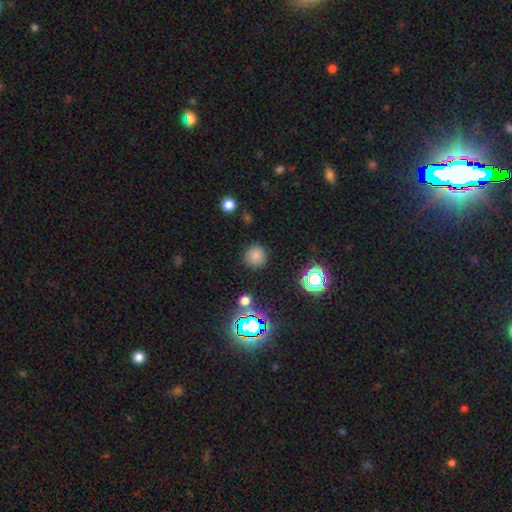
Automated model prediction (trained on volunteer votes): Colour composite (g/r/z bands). It shows a smooth galaxy with no disk features (75%) that is round (93%). Merging: none (86%).